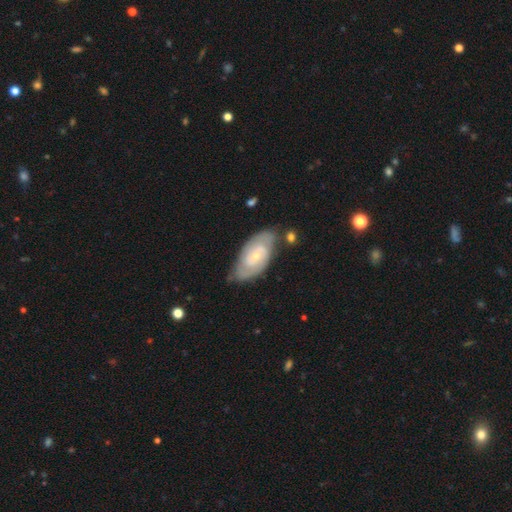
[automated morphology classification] Smooth or featured?
  - featured or disk: 78% *
  - smooth: 17%
  - star or artifact: 5%
Edge-on disk?
  - no: 94% *
  - yes: 6%
Bar?
  - no: 65% *
  - weak: 29%
  - strong: 6%
Spiral arms?
  - yes: 89% *
  - no: 11%
Spiral winding?
  - tight: 61% *
  - medium: 31%
  - loose: 8%
Spiral arm count?
  - 2: 64% *
  - can't tell: 23%
  - 3: 6%
  - 1: 3%
  - 4: 2%
  - more than 4: 2%
Bulge size?
  - small: 67% *
  - moderate: 30%
  - large: 1%
  - none: 1%
  - dominant: 1%
Merging?
  - none: 70% *
  - minor disturbance: 20%
  - major disturbance: 5%
  - merger: 5%